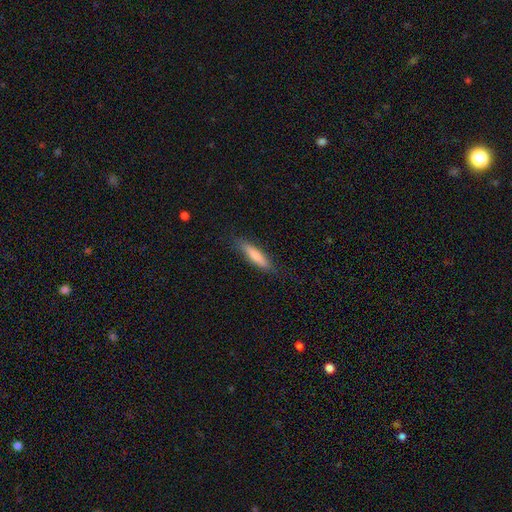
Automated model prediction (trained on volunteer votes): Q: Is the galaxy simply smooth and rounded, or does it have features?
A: smooth — 75%.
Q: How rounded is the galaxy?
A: cigar-shaped — 81%.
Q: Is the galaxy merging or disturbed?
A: none — 83%.